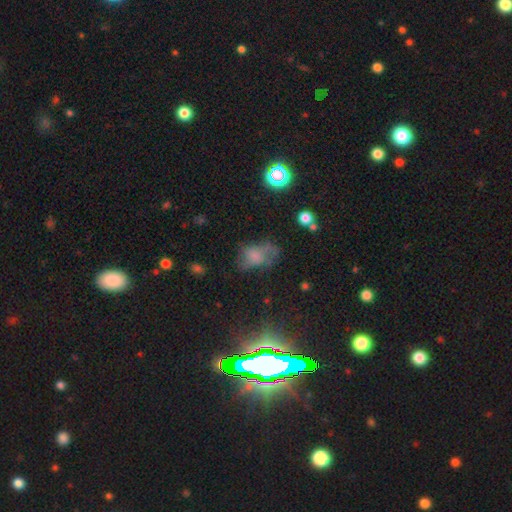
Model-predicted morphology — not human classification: smooth_or_featured: smooth (p=0.51) [alt: featured or disk p=0.29]
how_rounded: in between (p=0.80) [alt: round p=0.18]
merging: none (p=0.36) [alt: major disturbance p=0.33]